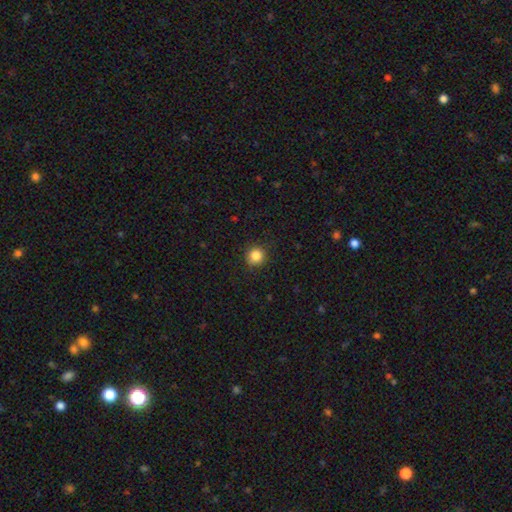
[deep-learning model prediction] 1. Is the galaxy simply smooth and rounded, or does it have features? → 85% smooth, 11% star or artifact, 4% featured or disk.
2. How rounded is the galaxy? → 92% round, 7% in between, 1% cigar-shaped.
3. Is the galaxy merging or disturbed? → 88% none, 8% minor disturbance, 2% major disturbance, 1% merger.